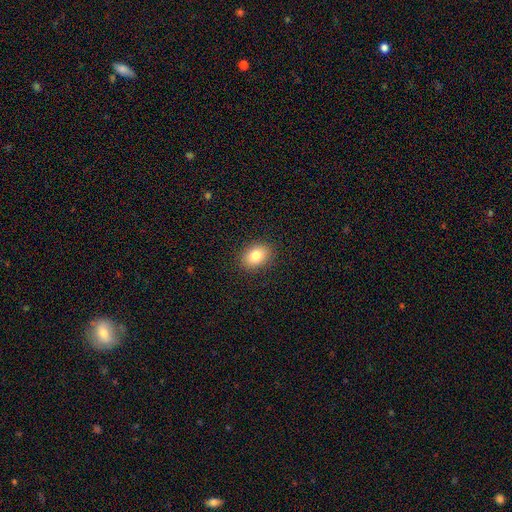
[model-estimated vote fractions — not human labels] The model was most divided on "how rounded": in between: 64%, round: 35%, cigar-shaped: 1%. More confident: merging — none (89%); smooth or featured — smooth (81%).